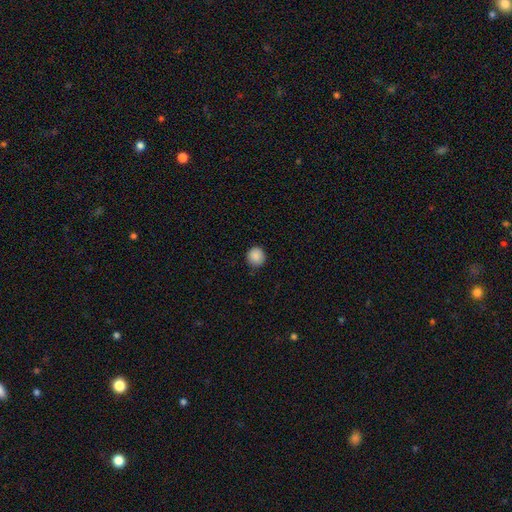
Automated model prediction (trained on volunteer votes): The model was most divided on "merging": none: 86%, minor disturbance: 11%, major disturbance: 2%, merger: 1%. More confident: how rounded — round (92%); smooth or featured — smooth (88%).